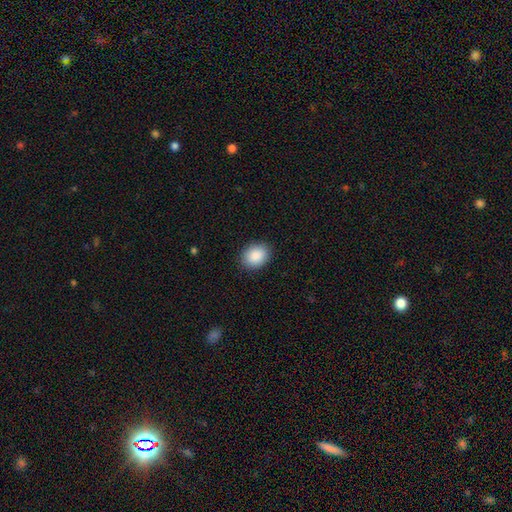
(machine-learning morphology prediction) Q: Smooth or featured?
A: smooth (90%); runner-up: star or artifact (7%)
Q: How rounded?
A: in between (59%); runner-up: round (40%)
Q: Merging?
A: none (89%); runner-up: minor disturbance (8%)